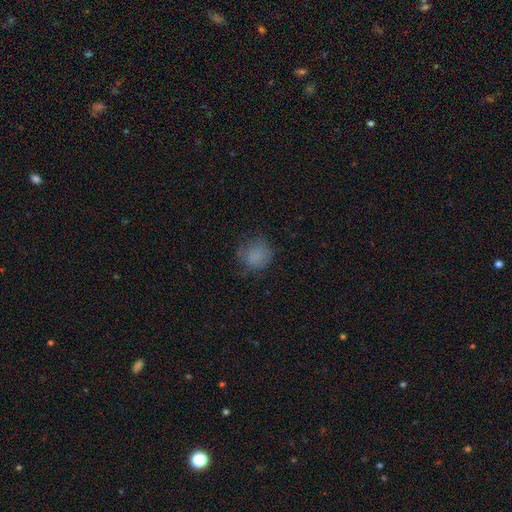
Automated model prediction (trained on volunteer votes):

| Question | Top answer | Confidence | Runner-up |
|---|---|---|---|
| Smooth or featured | smooth | 79% | star or artifact (12%) |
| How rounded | round | 80% | in between (19%) |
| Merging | none | 68% | minor disturbance (21%) |